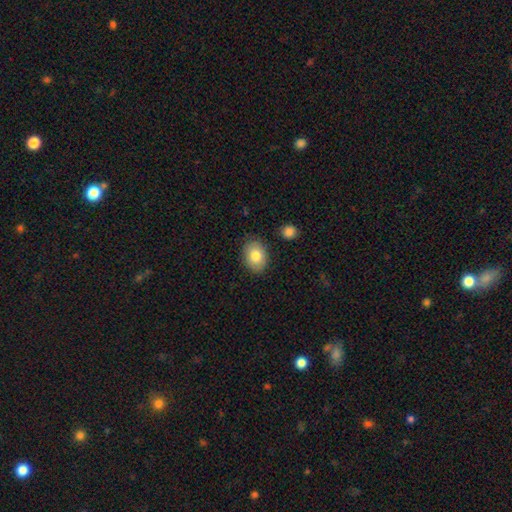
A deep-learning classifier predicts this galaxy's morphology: smooth_or_featured: smooth (p=0.81) [alt: featured or disk p=0.12]
how_rounded: in between (p=0.67) [alt: round p=0.32]
merging: none (p=0.85) [alt: minor disturbance p=0.11]